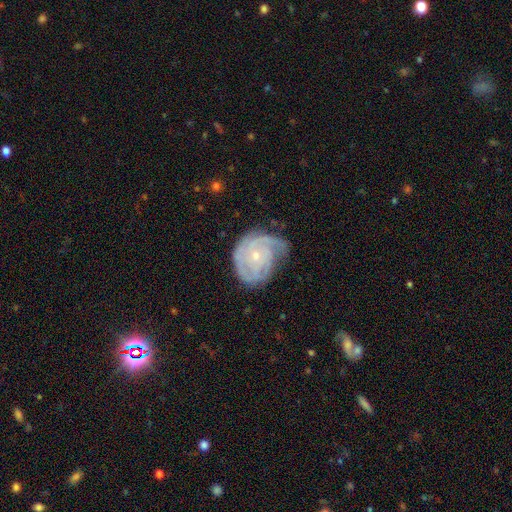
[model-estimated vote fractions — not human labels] This is clearly a featured or disk galaxy (84%). It is clearly not viewed edge-on (98%). Bar: likely no (77%). Spiral arm pattern: clearly yes (95%). Spiral arm count: marginally 3 (31%). Spiral winding: likely tight (67%). Central bulge: likely small (76%). Merging: possibly none (54%).